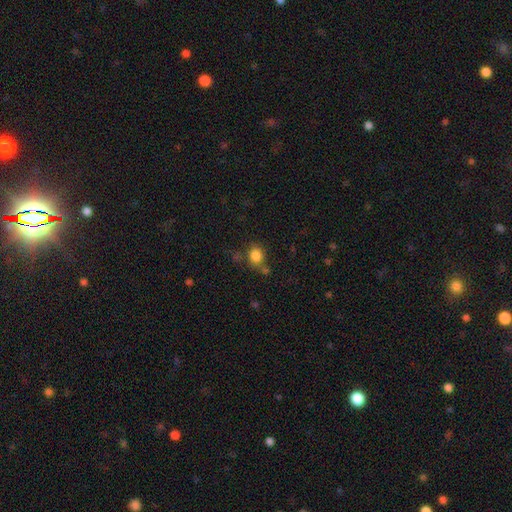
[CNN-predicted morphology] Smooth or featured? Predicted: smooth (p=0.83). How rounded? Predicted: round (p=0.68). Merging? Predicted: none (p=0.64).